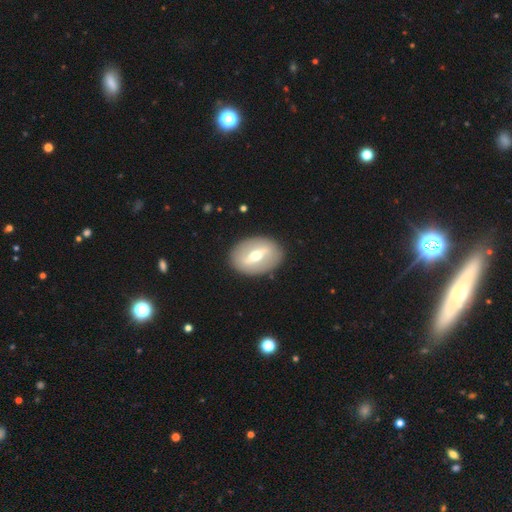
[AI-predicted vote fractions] This is likely a featured or disk galaxy (63%). It is clearly not viewed edge-on (84%). Bar: likely strong (64%). Spiral arm pattern: clearly no (82%). Central bulge: likely moderate (72%). Merging: clearly none (88%).